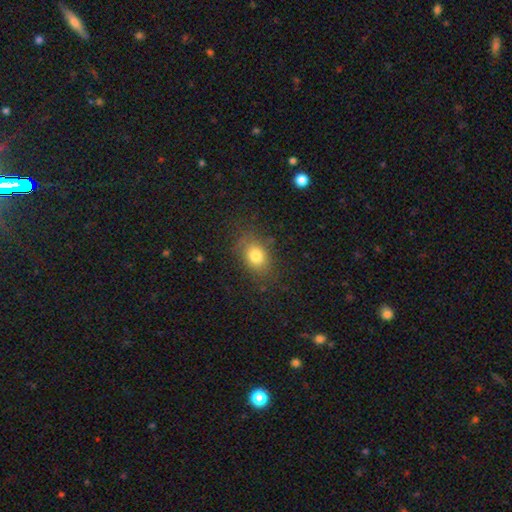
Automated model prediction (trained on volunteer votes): A smooth galaxy with no disk features (78%) that is in between round and cigar-shaped (65%). Merging: none (77%).